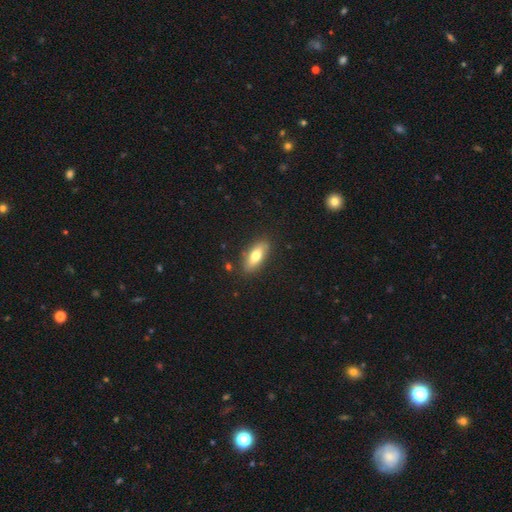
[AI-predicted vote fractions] smooth 70%, featured or disk 24%, star or artifact 7%. Down the decision tree: how rounded — in between (71%); merging — none (84%).